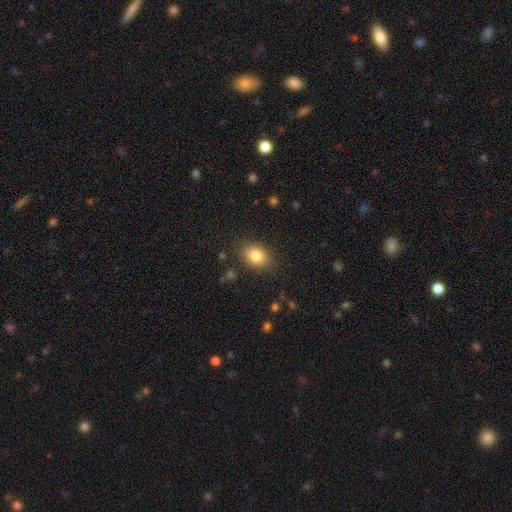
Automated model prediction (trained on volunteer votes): smooth 82%, star or artifact 10%, featured or disk 8%. Down the decision tree: how rounded — in between (65%); merging — none (85%).